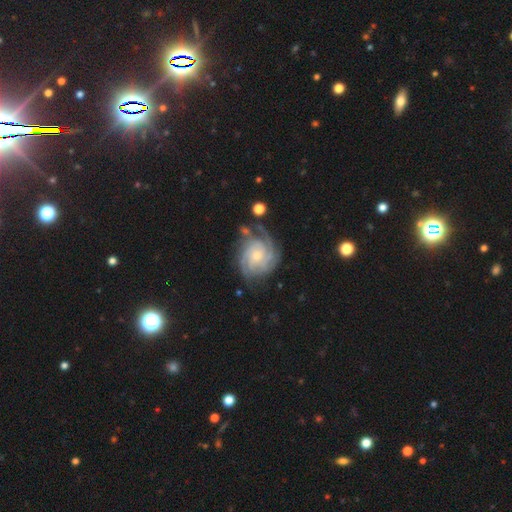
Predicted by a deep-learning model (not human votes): A featured or disk galaxy (88%) with no bar (72%), 4 (29%) tight (71%) spiral arms (98%) and a small central bulge (59%).

Vote fractions:
- Smooth or featured? featured or disk: 88% / smooth: 7% / star or artifact: 5%
- Edge-on disk? no: 98% / yes: 2%
- Bar? no: 72% / weak: 24% / strong: 5%
- Spiral arms? yes: 98% / no: 2%
- Spiral winding? tight: 71% / medium: 25% / loose: 4%
- Spiral arm count? 4: 29% / 3: 27% / can't tell: 19% / 2: 11% / more than 4: 9% / 1: 6%
- Bulge size? small: 59% / moderate: 35% / none: 3% / large: 2% / dominant: 1%
- Merging? none: 69% / minor disturbance: 19% / major disturbance: 8% / merger: 4%